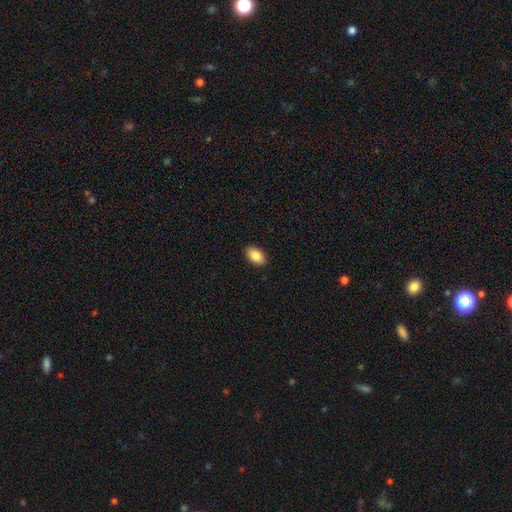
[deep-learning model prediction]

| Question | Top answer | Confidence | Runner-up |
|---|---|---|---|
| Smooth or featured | smooth | 87% | star or artifact (7%) |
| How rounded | in between | 92% | round (6%) |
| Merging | none | 90% | minor disturbance (7%) |